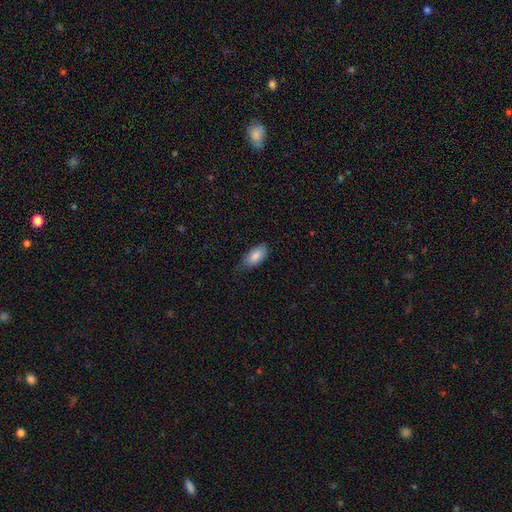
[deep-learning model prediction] Smooth or featured? Predicted: smooth (p=0.84). How rounded? Predicted: in between (p=0.91). Merging? Predicted: none (p=0.62).